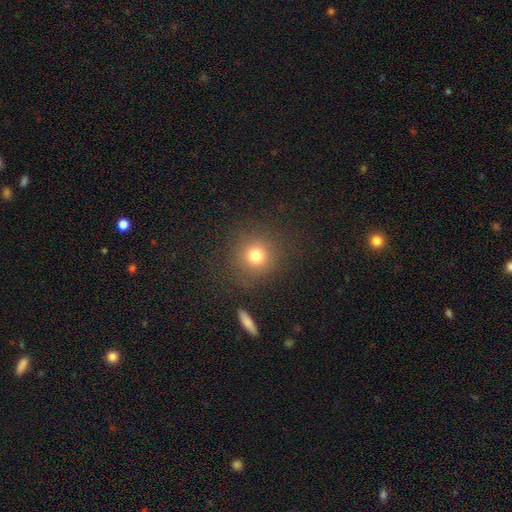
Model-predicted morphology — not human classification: type=smooth (78%); roundness=round (90%); merging=none (85%).